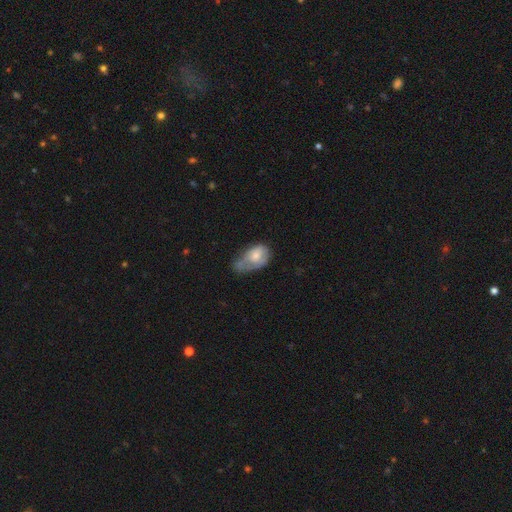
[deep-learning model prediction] Q: Smooth or featured?
A: smooth (64%); runner-up: featured or disk (29%)
Q: How rounded?
A: in between (88%); runner-up: round (10%)
Q: Merging?
A: minor disturbance (36%); runner-up: major disturbance (32%)